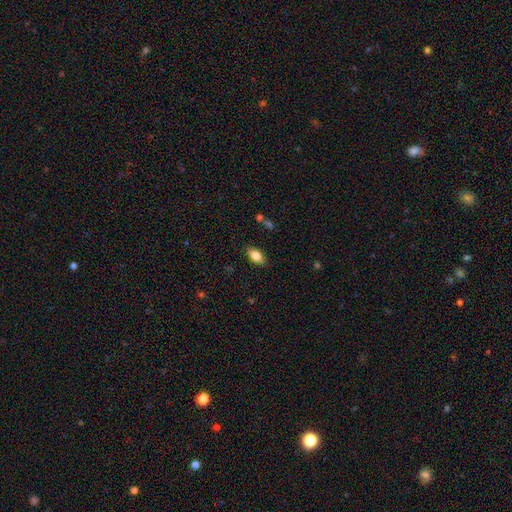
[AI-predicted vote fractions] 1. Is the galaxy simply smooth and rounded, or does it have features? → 79% smooth, 13% featured or disk, 8% star or artifact.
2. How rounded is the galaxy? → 89% in between, 7% cigar-shaped, 5% round.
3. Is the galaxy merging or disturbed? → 85% none, 11% minor disturbance, 2% major disturbance, 2% merger.